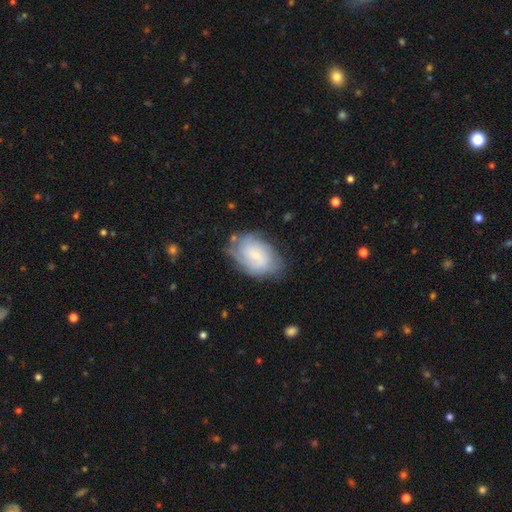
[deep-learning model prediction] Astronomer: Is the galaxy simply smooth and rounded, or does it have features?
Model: featured or disk — 53% (runner-up: smooth, 39%).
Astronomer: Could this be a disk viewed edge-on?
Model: no — 97%.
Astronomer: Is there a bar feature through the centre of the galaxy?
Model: no — 53% (runner-up: weak, 40%).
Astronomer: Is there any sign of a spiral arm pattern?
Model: yes — 84%.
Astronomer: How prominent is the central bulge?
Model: small — 58%.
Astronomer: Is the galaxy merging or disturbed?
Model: none — 64%.